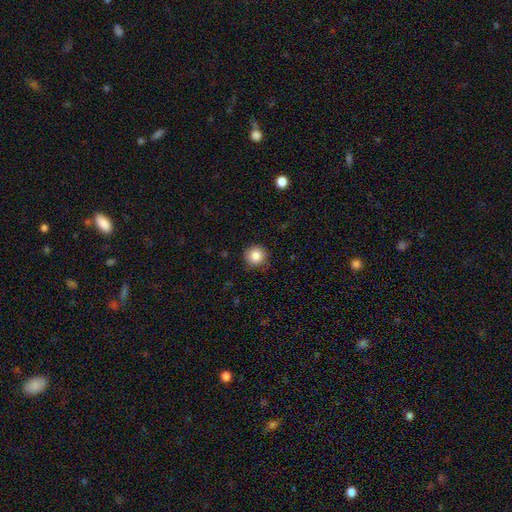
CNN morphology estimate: The model was most divided on "smooth or featured": smooth: 85%, star or artifact: 10%, featured or disk: 5%. More confident: how rounded — round (94%); merging — none (87%).